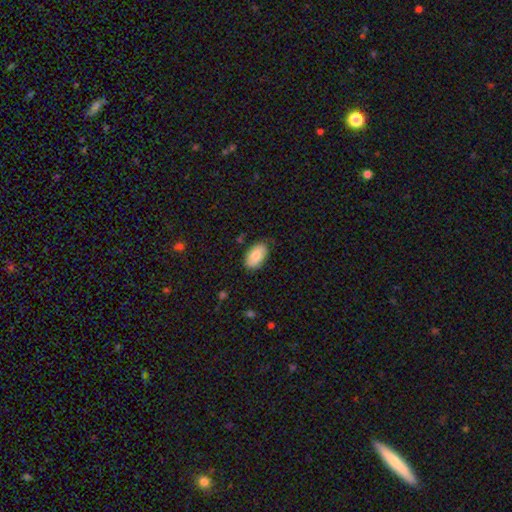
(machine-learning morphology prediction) This appears to be a smooth galaxy with no disk features (82%) that is in between round and cigar-shaped (94%). Merging: none (79%).